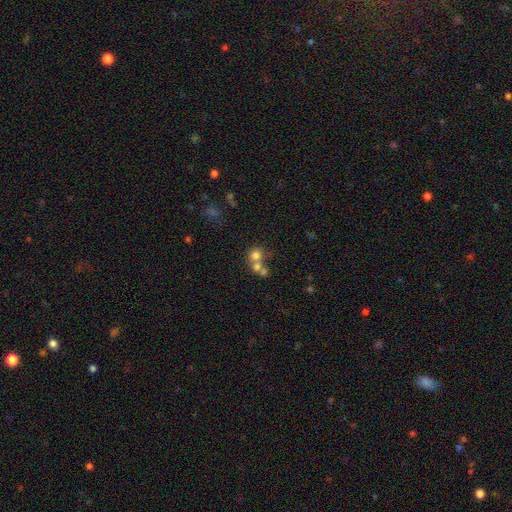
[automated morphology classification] Smooth or featured? Predicted: smooth (p=0.69). How rounded? Predicted: round (p=0.82). Merging? Predicted: merger (p=0.52).